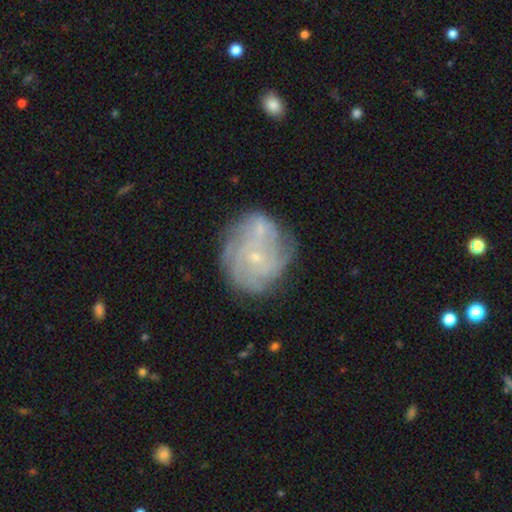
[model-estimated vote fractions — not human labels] smooth_or_featured: featured or disk (p=0.71) [alt: smooth p=0.20]
disk_edge_on: no (p=0.97) [alt: yes p=0.03]
bar: no (p=0.77) [alt: weak p=0.20]
has_spiral_arms: yes (p=0.79) [alt: no p=0.21]
spiral_winding: tight (p=0.60) [alt: medium p=0.28]
spiral_arm_count: can't tell (p=0.46) [alt: 4 p=0.18]
bulge_size: small (p=0.82) [alt: moderate p=0.13]
merging: none (p=0.62) [alt: minor disturbance p=0.19]